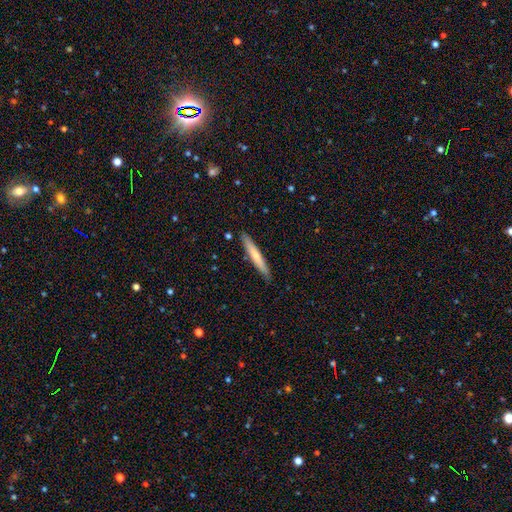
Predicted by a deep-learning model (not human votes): Q: Smooth or featured?
A: smooth (64%); runner-up: featured or disk (31%)
Q: How rounded?
A: cigar-shaped (95%); runner-up: in between (4%)
Q: Merging?
A: none (89%); runner-up: minor disturbance (8%)